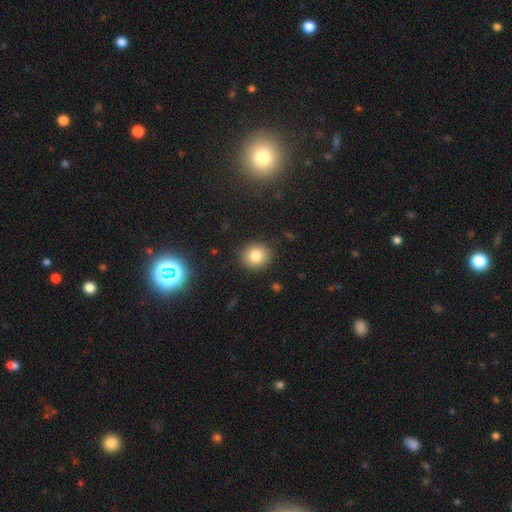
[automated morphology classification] Smooth or featured? smooth (81%)
How rounded? round (81%)
Merging? none (89%)